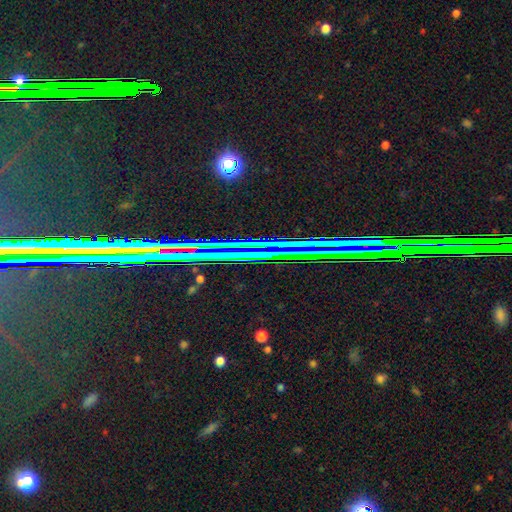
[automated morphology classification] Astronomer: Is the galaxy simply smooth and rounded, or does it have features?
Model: star or artifact — 83%.